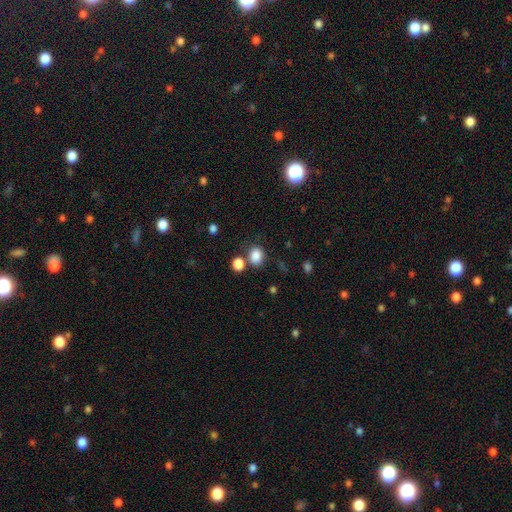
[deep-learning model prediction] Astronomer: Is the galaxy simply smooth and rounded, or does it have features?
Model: smooth — 85%.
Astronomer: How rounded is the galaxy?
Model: in between — 51% (runner-up: round, 48%).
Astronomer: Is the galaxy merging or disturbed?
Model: none — 67%.